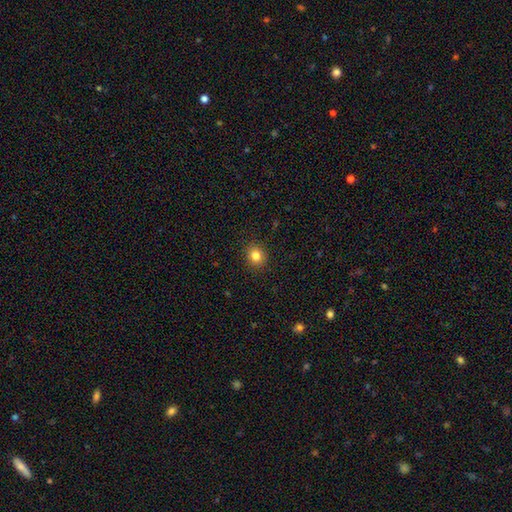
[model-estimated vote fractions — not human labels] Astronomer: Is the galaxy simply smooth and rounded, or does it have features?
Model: smooth — 82%.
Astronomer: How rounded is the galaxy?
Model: round — 81%.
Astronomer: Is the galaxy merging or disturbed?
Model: none — 91%.